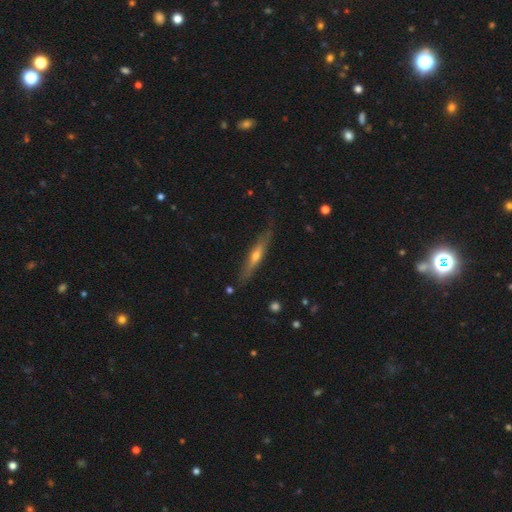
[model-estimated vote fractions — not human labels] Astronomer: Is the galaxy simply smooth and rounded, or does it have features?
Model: featured or disk — 60%.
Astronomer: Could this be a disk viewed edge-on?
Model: yes — 90%.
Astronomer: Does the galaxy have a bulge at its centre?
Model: rounded — 77%.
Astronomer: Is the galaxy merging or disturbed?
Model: none — 80%.